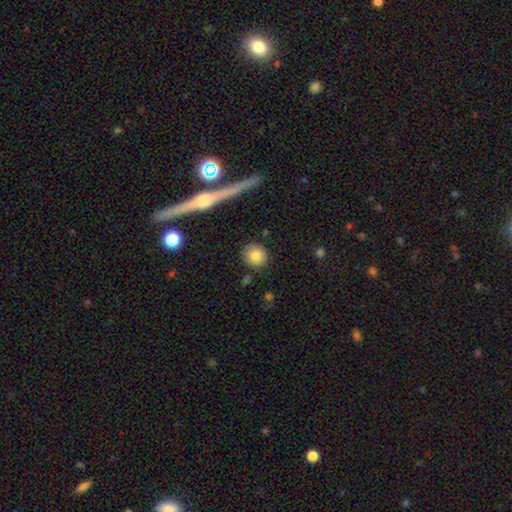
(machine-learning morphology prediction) smooth-or-featured: smooth: 83% | star or artifact: 9% | featured or disk: 8%
  how-rounded: round: 87% | in between: 12% | cigar-shaped: 1%
  merging: none: 86% | minor disturbance: 9% | merger: 3% | major disturbance: 2%